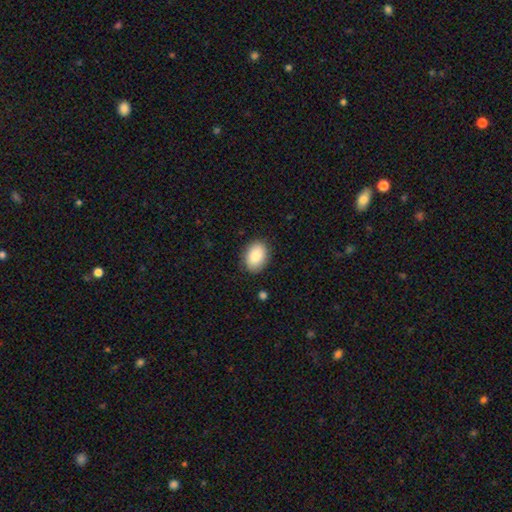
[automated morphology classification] Q: Smooth or featured?
A: smooth (86%); runner-up: featured or disk (7%)
Q: How rounded?
A: in between (79%); runner-up: round (20%)
Q: Merging?
A: none (85%); runner-up: minor disturbance (11%)